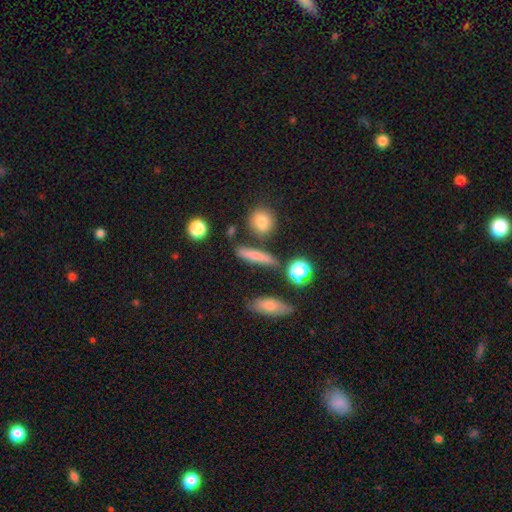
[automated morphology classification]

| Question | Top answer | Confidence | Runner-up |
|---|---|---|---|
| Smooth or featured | smooth | 73% | featured or disk (17%) |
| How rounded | cigar-shaped | 72% | in between (18%) |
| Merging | none | 81% | minor disturbance (11%) |